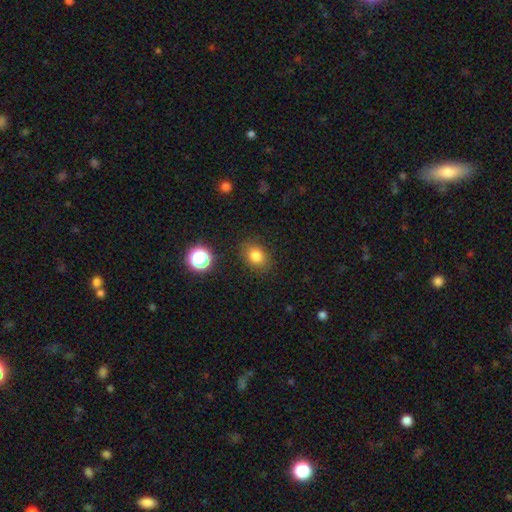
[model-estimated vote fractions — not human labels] smooth-or-featured: smooth: 80% | star or artifact: 13% | featured or disk: 7%
  how-rounded: in between: 54% | round: 45% | cigar-shaped: 1%
  merging: none: 84% | minor disturbance: 11% | major disturbance: 3% | merger: 2%